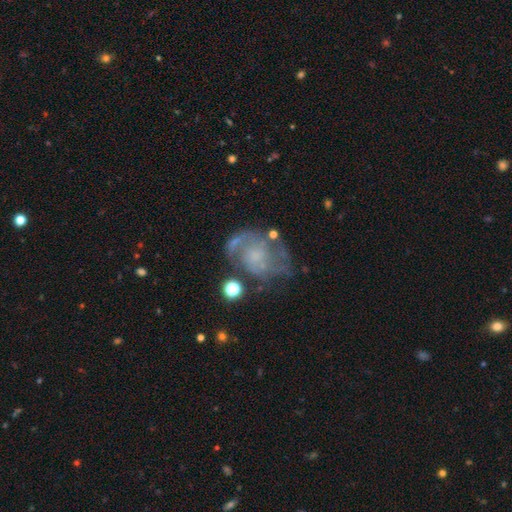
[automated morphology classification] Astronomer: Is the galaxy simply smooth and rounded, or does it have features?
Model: featured or disk — 75%.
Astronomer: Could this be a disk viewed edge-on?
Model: no — 98%.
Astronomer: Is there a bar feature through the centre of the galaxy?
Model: no — 73%.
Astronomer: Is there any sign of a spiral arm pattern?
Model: yes — 82%.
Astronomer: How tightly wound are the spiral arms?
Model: medium — 44% (runner-up: tight, 33%).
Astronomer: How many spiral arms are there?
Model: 2 — 52%.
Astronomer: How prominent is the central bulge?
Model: none — 39% (runner-up: small, 36%).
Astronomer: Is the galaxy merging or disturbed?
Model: none — 54%.